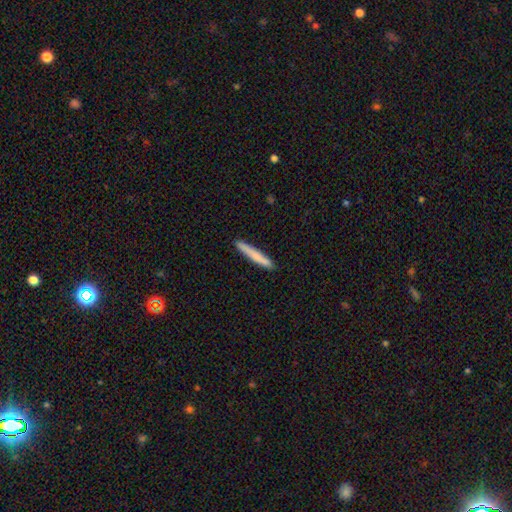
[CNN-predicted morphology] Smooth or featured: smooth — 73% (featured or disk — 21%)
How rounded: cigar-shaped — 96% (in between — 3%)
Merging: none — 89% (minor disturbance — 8%)